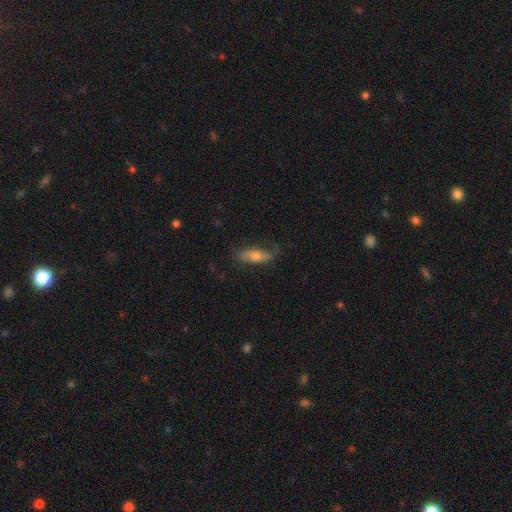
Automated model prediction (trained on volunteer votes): A featured or disk galaxy (51%).

Vote fractions:
- Smooth or featured? featured or disk: 51% / smooth: 42% / star or artifact: 8%
- Edge-on disk? no: 68% / yes: 32%
- Merging? none: 61% / minor disturbance: 25% / major disturbance: 13% / merger: 2%